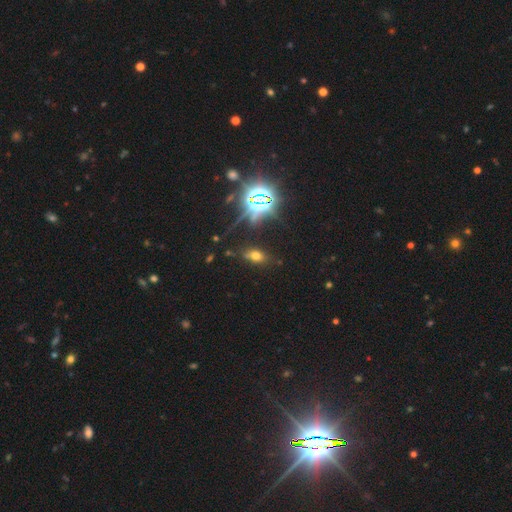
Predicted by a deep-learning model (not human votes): The model was most divided on "smooth or featured": smooth: 53%, star or artifact: 34%, featured or disk: 12%. More confident: how rounded — in between (81%); merging — none (76%).